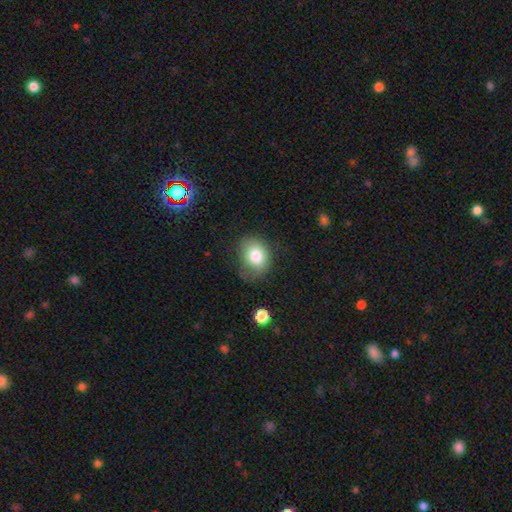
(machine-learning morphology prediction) Smooth or featured? Predicted: smooth (p=0.79). How rounded? Predicted: in between (p=0.52). Merging? Predicted: none (p=0.55).